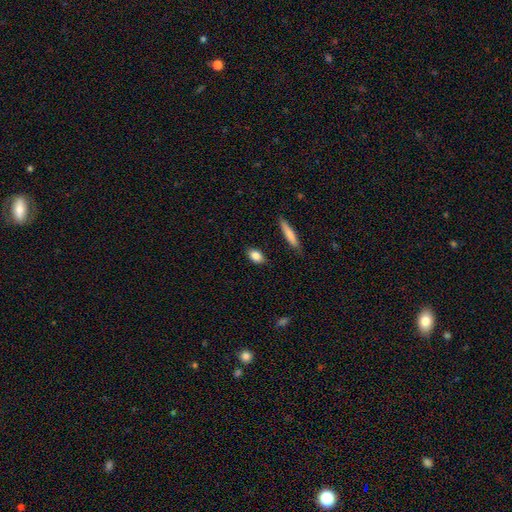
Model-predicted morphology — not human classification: Smooth or featured: smooth — 84% (featured or disk — 8%)
How rounded: in between — 81% (round — 12%)
Merging: none — 86% (minor disturbance — 10%)